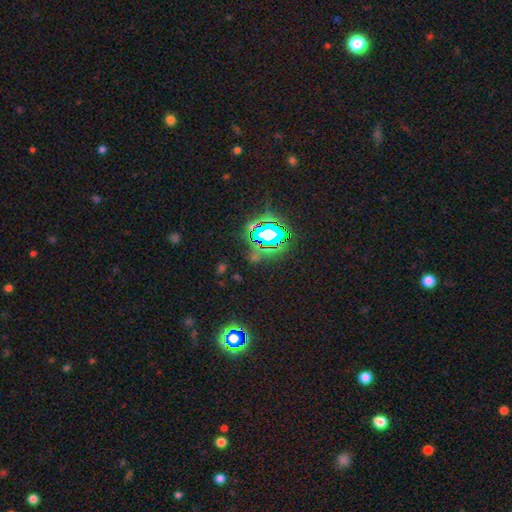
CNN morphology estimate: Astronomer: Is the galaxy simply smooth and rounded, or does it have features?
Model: star or artifact — 76%.